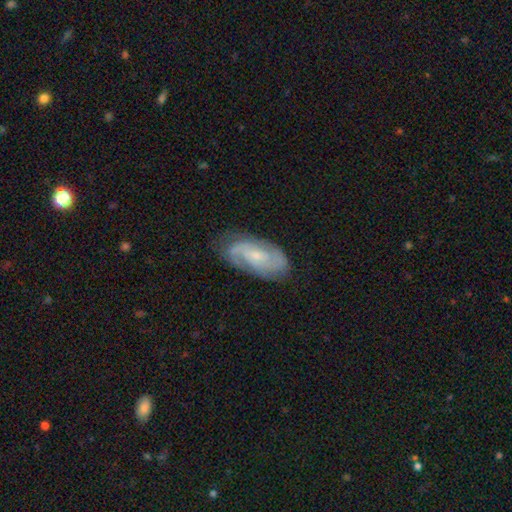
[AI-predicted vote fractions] The model was most divided on "spiral winding" (2-way tie): medium: 43%, tight: 43%, loose: 14%. More confident: edge-on disk — no (95%); spiral arms — yes (94%); smooth or featured — featured or disk (77%); merging — none (73%); bulge size — small (65%); spiral arm count — 2 (60%); bar — no (53%).